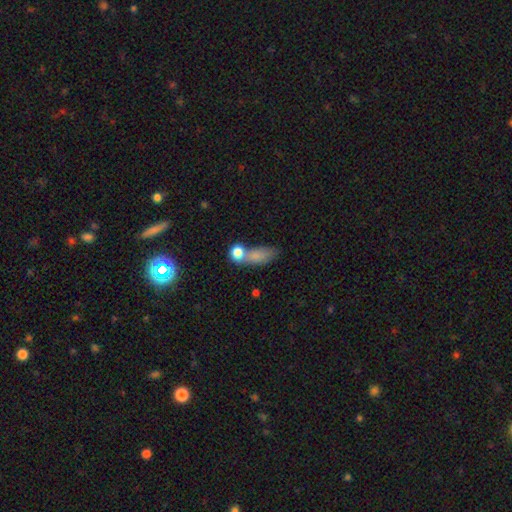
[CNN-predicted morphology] The model was most divided on "merging": none: 40%, merger: 33%, minor disturbance: 17%, major disturbance: 11%. More confident: smooth or featured — smooth (75%); how rounded — in between (64%).